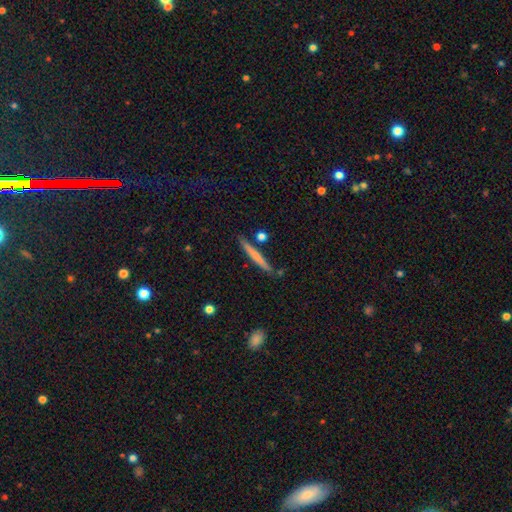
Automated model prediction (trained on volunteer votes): This appears to be a smooth galaxy with no disk features (58%) that is cigar-shaped (96%). Merging: none (84%).